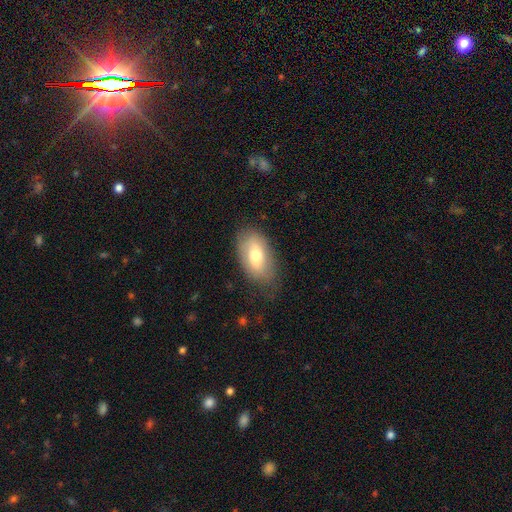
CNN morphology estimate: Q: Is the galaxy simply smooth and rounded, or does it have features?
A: smooth — 67%.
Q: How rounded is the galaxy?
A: in between — 92%.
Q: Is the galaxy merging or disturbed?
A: none — 74%.